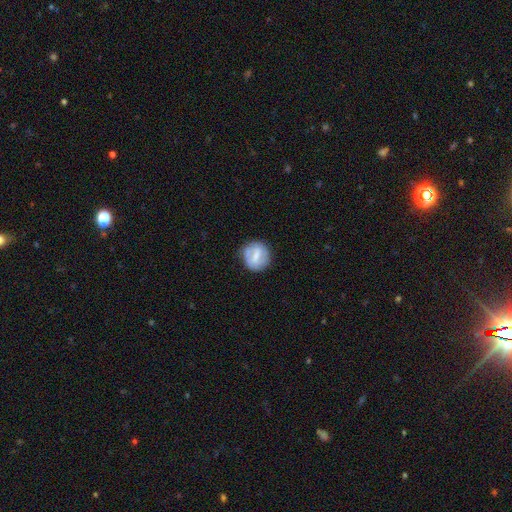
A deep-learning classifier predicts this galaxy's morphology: smooth_or_featured: smooth (p=0.48) [alt: featured or disk p=0.45]
merging: none (p=0.75) [alt: minor disturbance p=0.17]